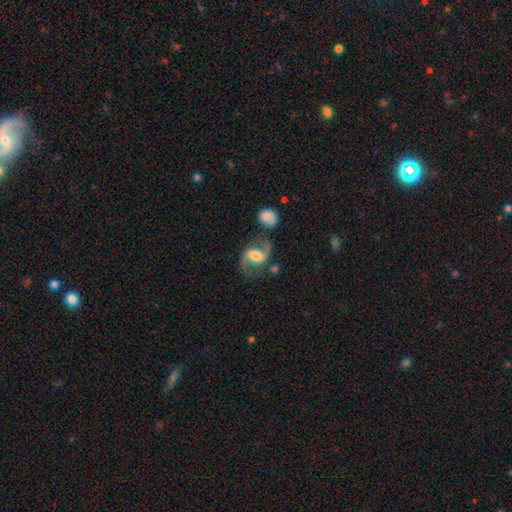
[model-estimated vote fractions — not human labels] Morphology: type=featured or disk (85%); edge-on=no (97%); bar=weak (45%); spiral arms=yes (96%); winding=loose (48%); arm count=2 (93%); bulge=moderate (54%); merging=none (67%).